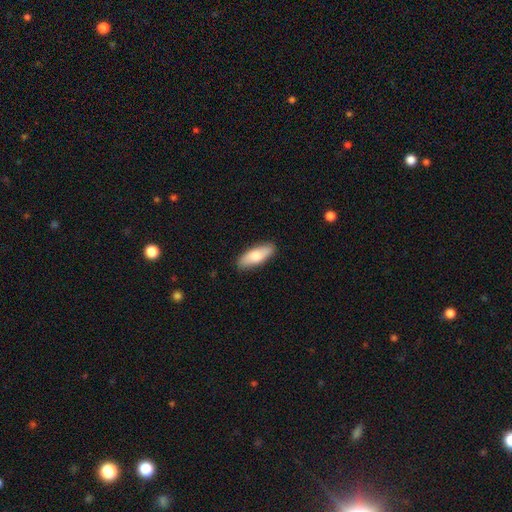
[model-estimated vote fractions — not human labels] A smooth galaxy with no disk features (77%) that is in between round and cigar-shaped (69%). Merging: none (86%).